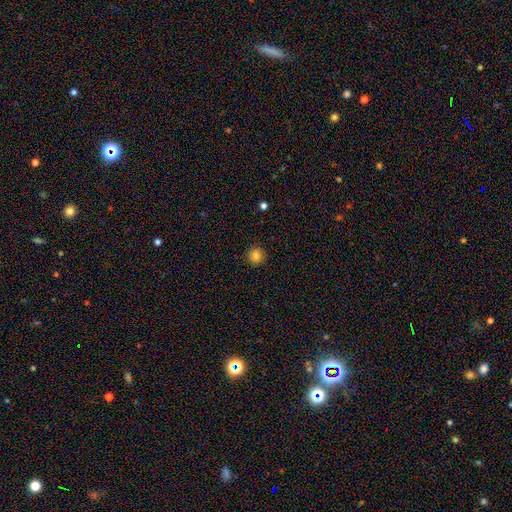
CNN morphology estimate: smooth_or_featured: smooth (p=0.83) [alt: star or artifact p=0.11]
how_rounded: round (p=0.92) [alt: in between p=0.07]
merging: none (p=0.90) [alt: minor disturbance p=0.07]